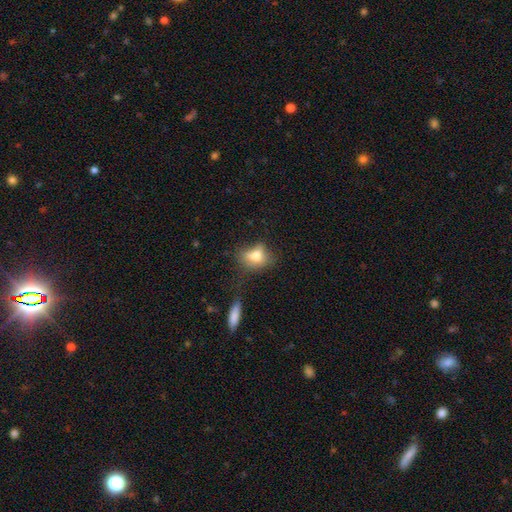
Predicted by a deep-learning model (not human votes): Overall: smooth (75%). How rounded: in between (71%). Merging: none (44%; minor disturbance 28%).